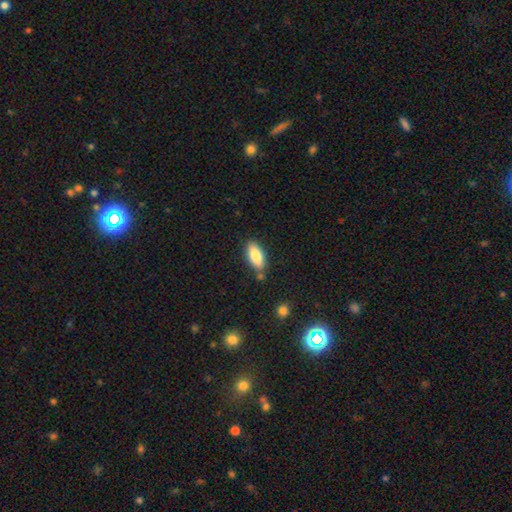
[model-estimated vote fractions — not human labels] smooth 81%, featured or disk 12%, star or artifact 7%. Down the decision tree: how rounded — in between (84%); merging — none (77%).